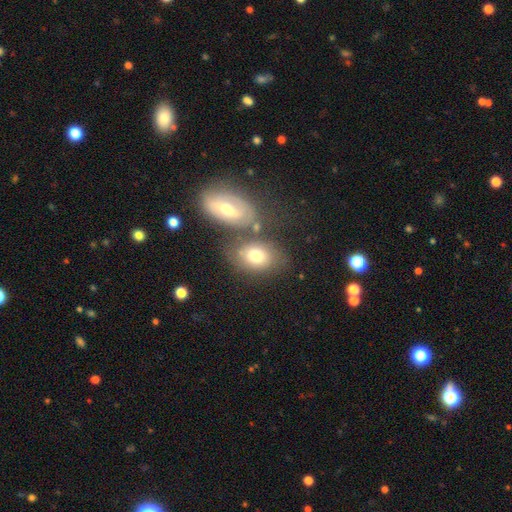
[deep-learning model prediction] This is likely a smooth galaxy (70%). How rounded: likely in between (77%). Merging: possibly none (51%).